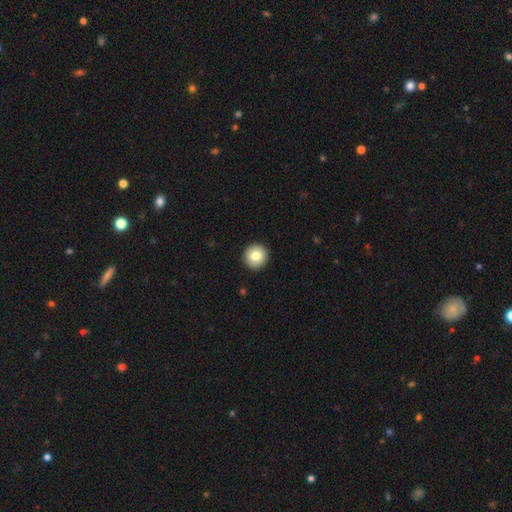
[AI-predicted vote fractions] The model was most divided on "smooth or featured": smooth: 81%, featured or disk: 11%, star or artifact: 8%. More confident: how rounded — round (96%); merging — none (93%).